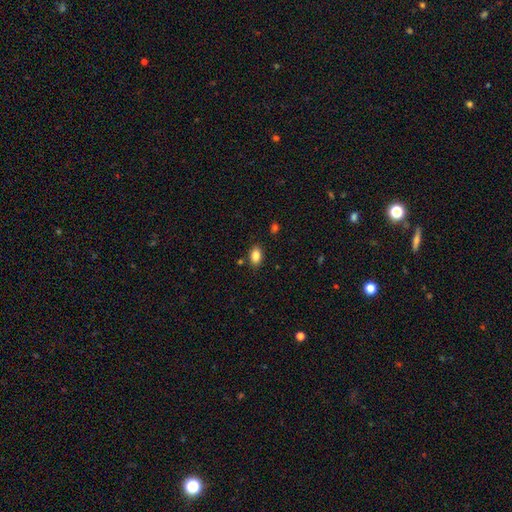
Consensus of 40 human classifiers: Smooth or featured? 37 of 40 (92%) said smooth. How rounded? 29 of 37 (78%) said in between. Merging? 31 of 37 (84%) said none.